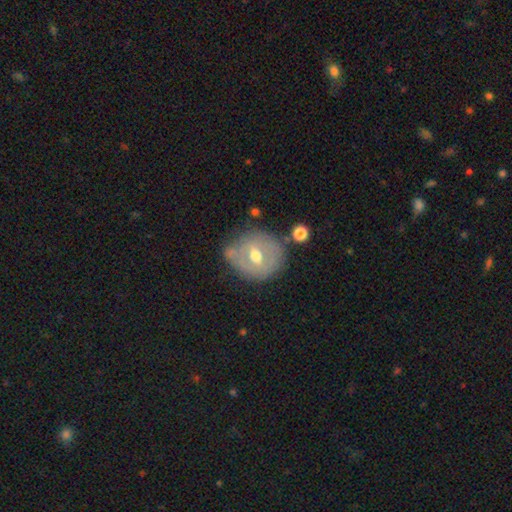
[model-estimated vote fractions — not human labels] Smooth or featured: featured or disk — 56% (smooth — 36%)
Edge-on disk: no — 94% (yes — 6%)
Bar: weak — 48% (no — 35%)
Spiral arms: no — 65% (yes — 35%)
Bulge size: moderate — 77% (small — 16%)
Merging: none — 65% (minor disturbance — 22%)